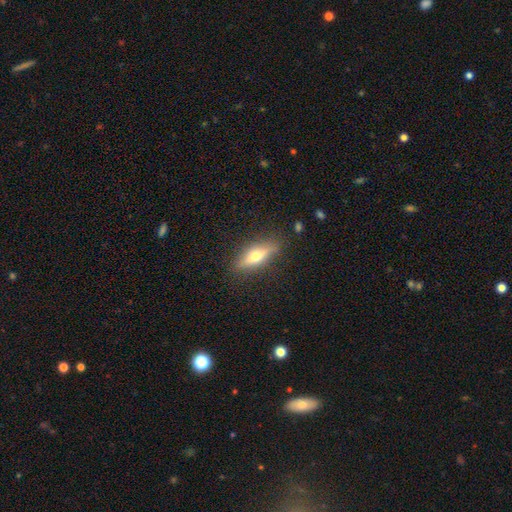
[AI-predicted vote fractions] This appears to be a featured or disk galaxy (55%) viewed edge-on (90%). Merging: none (85%).